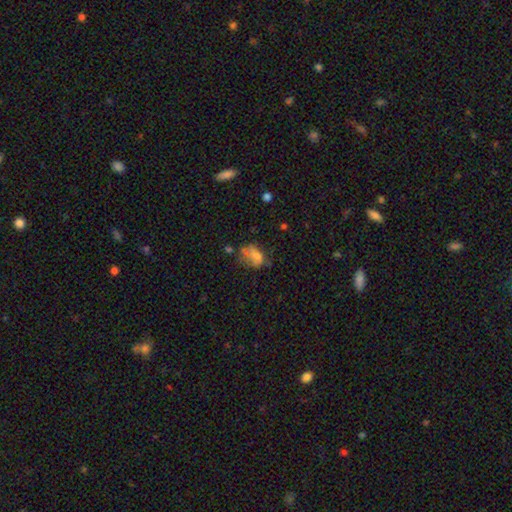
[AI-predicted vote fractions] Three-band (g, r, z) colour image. It shows a smooth galaxy with no disk features (60%) that is in between round and cigar-shaped (74%). Merging: none (37%).